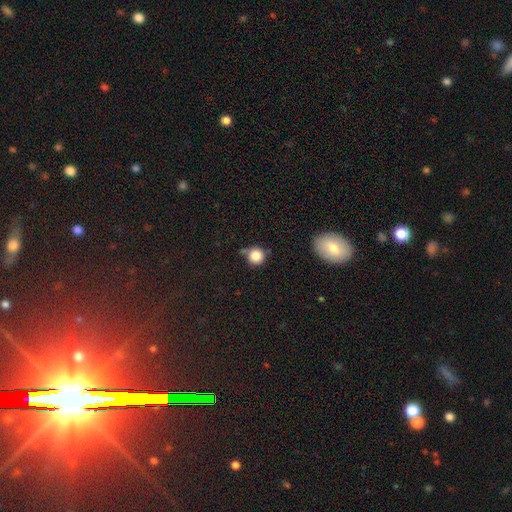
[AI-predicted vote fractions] A smooth galaxy with no disk features (86%) that is round (94%). Merging: none (67%).